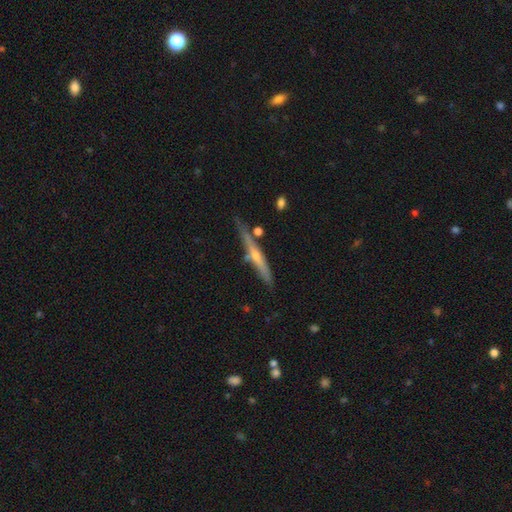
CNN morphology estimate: Smooth or featured? featured or disk (65%)
Edge-on disk? yes (95%)
Edge-on bulge? rounded (71%)
Merging? none (74%)